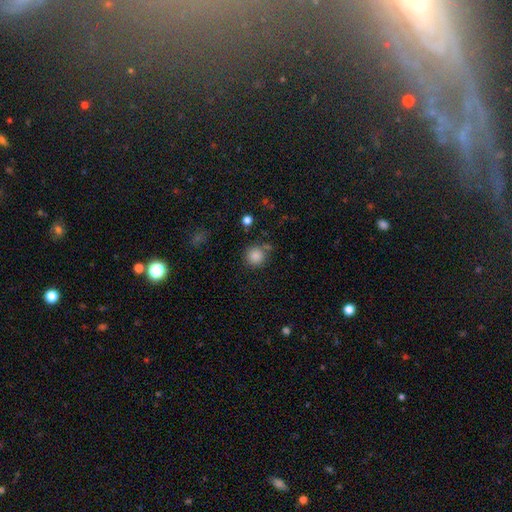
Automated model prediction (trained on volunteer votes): Morphology: type=smooth (86%); roundness=round (93%); merging=none (76%).